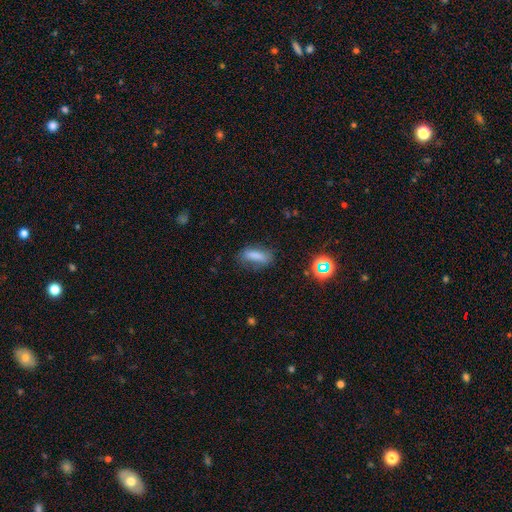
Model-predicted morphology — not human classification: Smooth or featured: smooth — 77% (featured or disk — 12%)
How rounded: in between — 63% (cigar-shaped — 33%)
Merging: none — 67% (minor disturbance — 23%)